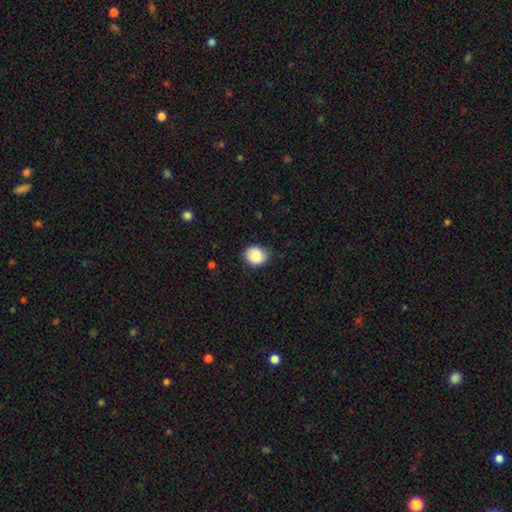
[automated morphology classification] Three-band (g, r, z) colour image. It shows a smooth galaxy with no disk features (87%) that is round (75%). Merging: none (79%).